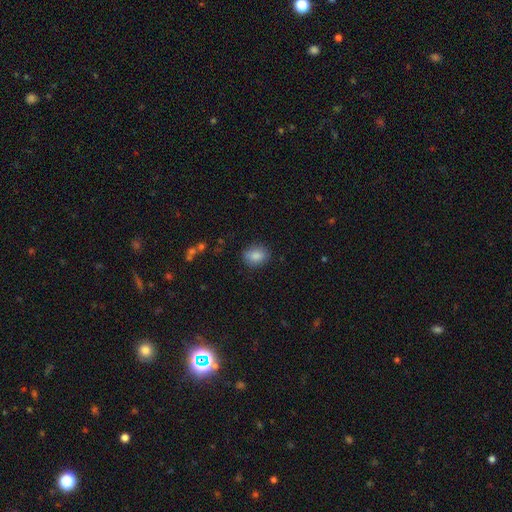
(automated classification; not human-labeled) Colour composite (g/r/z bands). It shows a smooth galaxy with no disk features (85%) that is in between round and cigar-shaped (50%). Merging: none (84%).